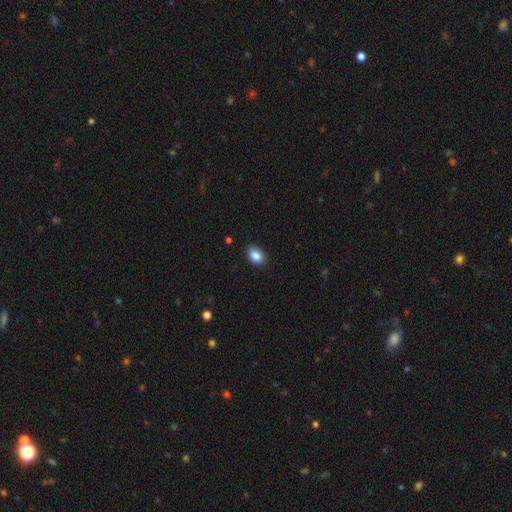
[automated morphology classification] This appears to be a smooth galaxy with no disk features (88%) that is in between round and cigar-shaped (80%). Merging: none (86%).